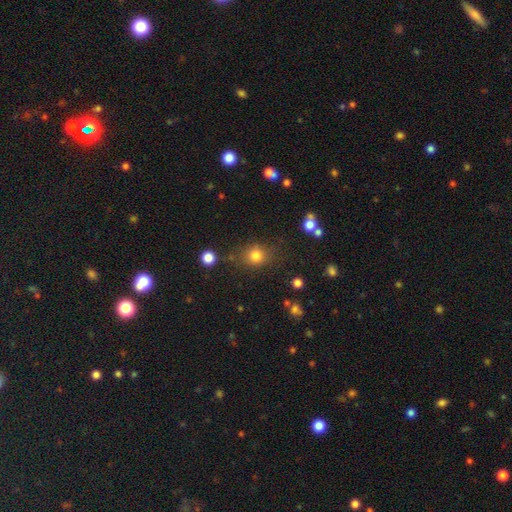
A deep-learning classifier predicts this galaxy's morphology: A smooth galaxy with no disk features (80%) that is round (77%).

Vote fractions:
- Smooth or featured? smooth: 80% / star or artifact: 13% / featured or disk: 7%
- How rounded? round: 77% / in between: 22% / cigar-shaped: 1%
- Merging? none: 76% / minor disturbance: 13% / major disturbance: 6% / merger: 5%